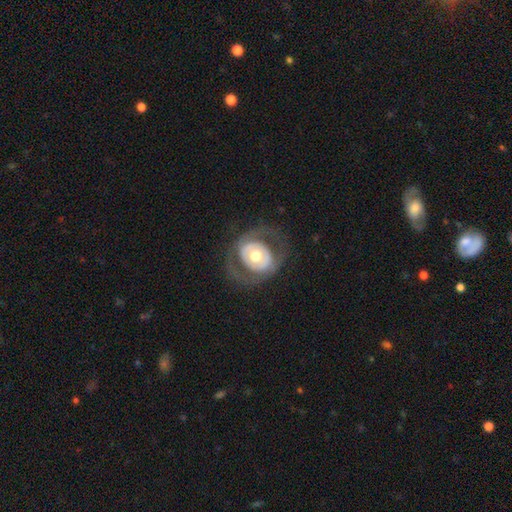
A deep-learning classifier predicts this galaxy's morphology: This is likely a featured or disk galaxy (63%). It is clearly not viewed edge-on (95%). Bar: likely no (78%). Spiral arm pattern: likely no (74%). Central bulge: likely moderate (67%). Merging: likely none (70%).